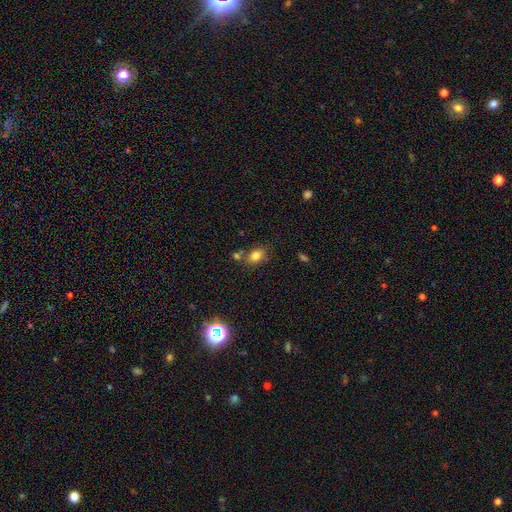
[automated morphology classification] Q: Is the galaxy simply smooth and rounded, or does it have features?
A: smooth — 80%.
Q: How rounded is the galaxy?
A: in between — 66%.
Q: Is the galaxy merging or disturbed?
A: none — 64%.